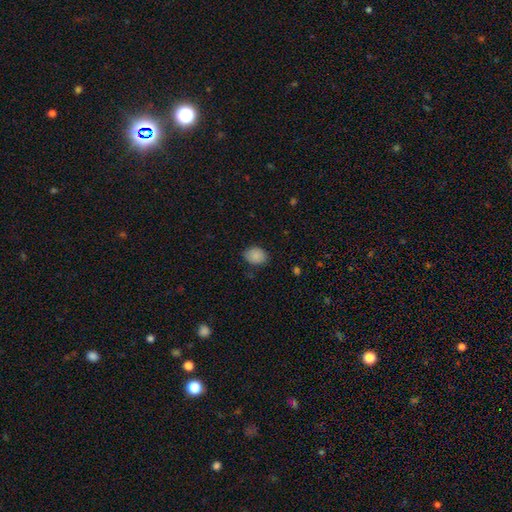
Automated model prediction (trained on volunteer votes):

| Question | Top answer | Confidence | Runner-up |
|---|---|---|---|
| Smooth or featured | smooth | 86% | star or artifact (8%) |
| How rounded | in between | 65% | round (34%) |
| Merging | none | 77% | minor disturbance (19%) |